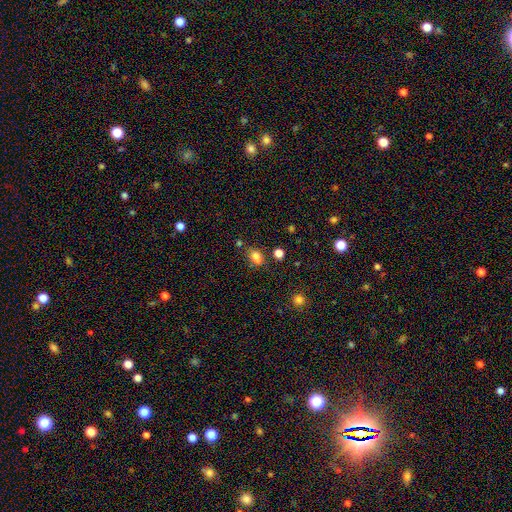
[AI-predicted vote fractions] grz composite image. It shows a smooth galaxy with no disk features (70%) that is in between round and cigar-shaped (63%). Merging: none (48%).